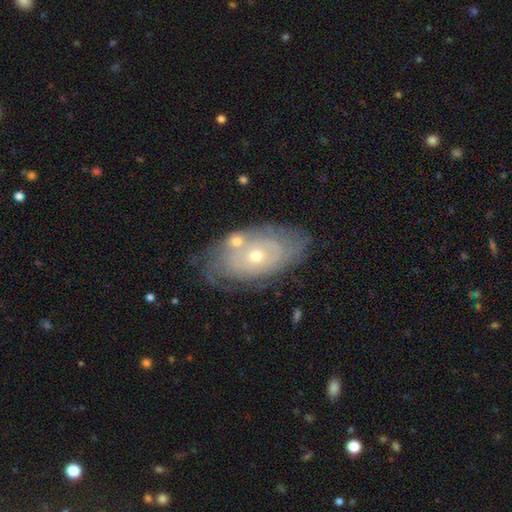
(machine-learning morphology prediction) Smooth or featured? Predicted: featured or disk (p=0.75). Edge-on disk? Predicted: no (p=0.93). Bar? Predicted: no (p=0.85). Spiral arms? Predicted: yes (p=0.74). Spiral winding? Predicted: tight (p=0.77). Spiral arm count? Predicted: can't tell (p=0.62). Bulge size? Predicted: small (p=0.56). Merging? Predicted: none (p=0.68).